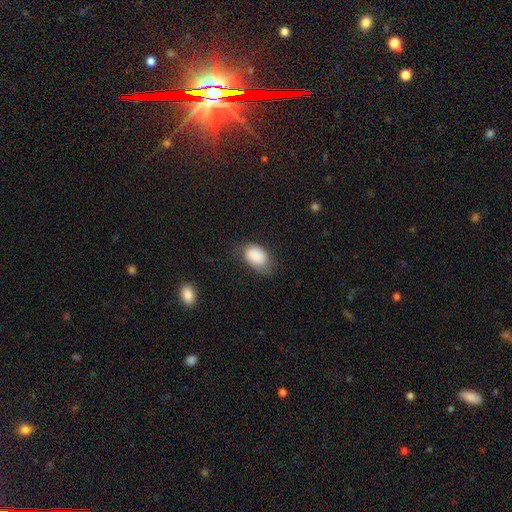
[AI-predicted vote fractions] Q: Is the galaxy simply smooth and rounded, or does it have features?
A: smooth — 85%.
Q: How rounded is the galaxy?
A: in between — 87%.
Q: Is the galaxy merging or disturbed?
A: none — 57%.